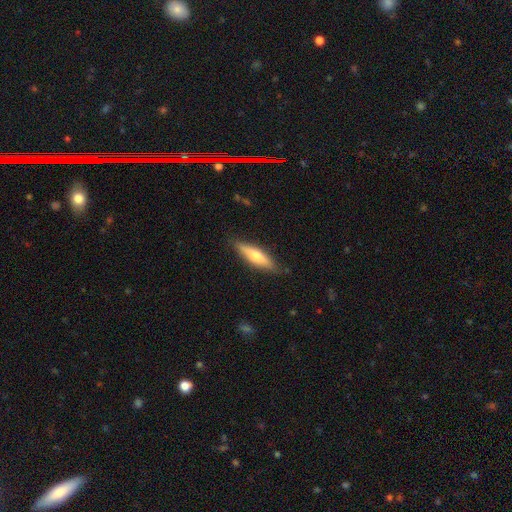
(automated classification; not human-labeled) smooth-or-featured: smooth: 60% | featured or disk: 34% | star or artifact: 6%
  how-rounded: cigar-shaped: 72% | in between: 26% | round: 2%
  merging: none: 84% | minor disturbance: 13% | major disturbance: 2% | merger: 1%